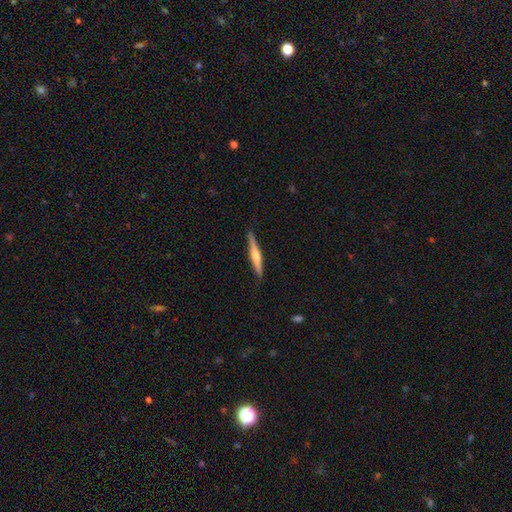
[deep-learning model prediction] A featured or disk galaxy (60%) viewed edge-on (97%) with a rounded central bulge (78%).

Vote fractions:
- Smooth or featured? featured or disk: 60% / smooth: 35% / star or artifact: 5%
- Edge-on disk? yes: 97% / no: 3%
- Edge-on bulge? rounded: 78% / none: 13% / boxy: 9%
- Merging? none: 88% / minor disturbance: 9% / major disturbance: 2% / merger: 1%